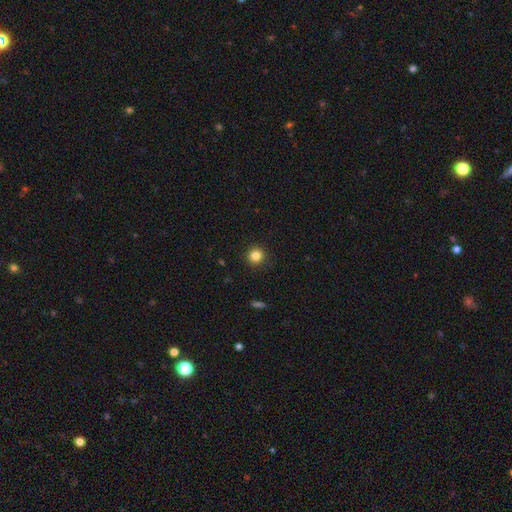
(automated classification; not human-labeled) This is clearly a smooth galaxy (83%). How rounded: clearly round (94%). Merging: clearly none (92%).